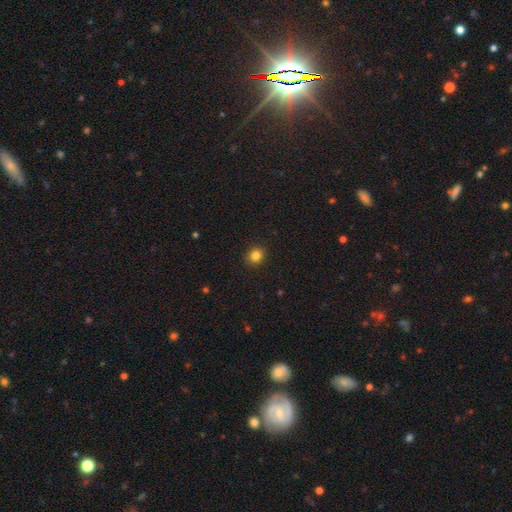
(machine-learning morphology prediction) smooth 83%, star or artifact 12%, featured or disk 5%. Down the decision tree: how rounded — round (84%); merging — none (92%).